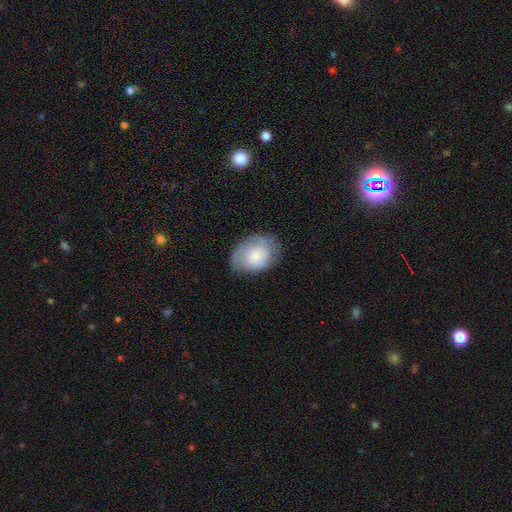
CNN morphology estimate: Smooth or featured: smooth — 66% (featured or disk — 27%)
How rounded: in between — 77% (round — 22%)
Merging: none — 65% (minor disturbance — 25%)